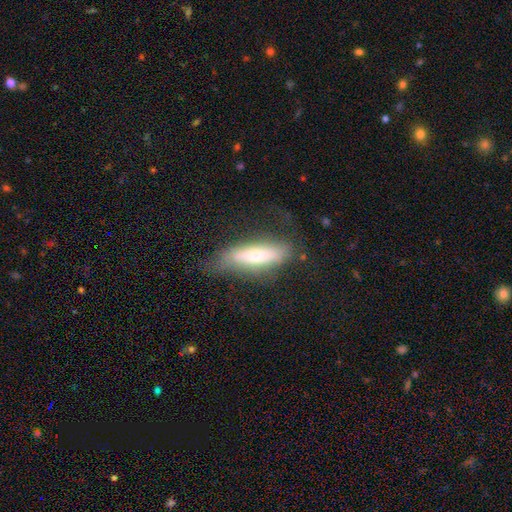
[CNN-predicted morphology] Overall: featured or disk (47%; smooth 43%). Merging: none (63%).